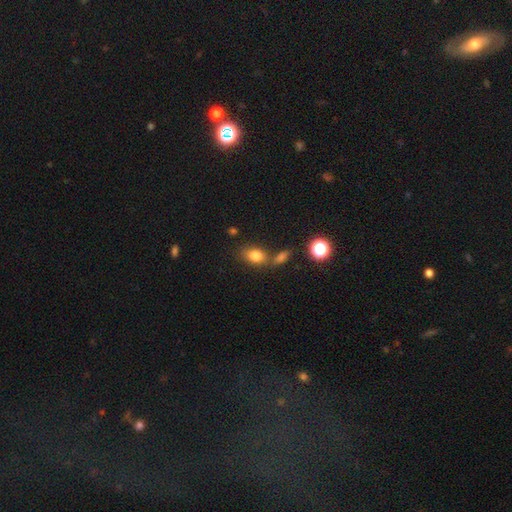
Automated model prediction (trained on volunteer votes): Q: Smooth or featured?
A: smooth (80%); runner-up: star or artifact (11%)
Q: How rounded?
A: in between (77%); runner-up: round (21%)
Q: Merging?
A: none (57%); runner-up: merger (25%)